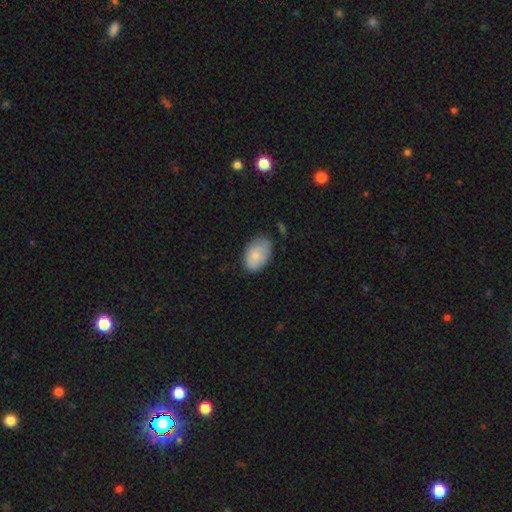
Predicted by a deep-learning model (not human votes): A smooth galaxy with no disk features (74%) that is in between round and cigar-shaped (87%). Merging: none (64%).